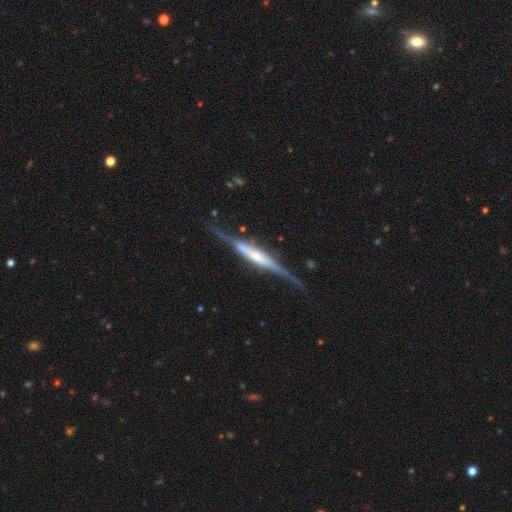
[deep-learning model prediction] Morphology: type=featured or disk (81%); edge-on=yes (95%); edge-on bulge=rounded (43%); merging=none (72%).